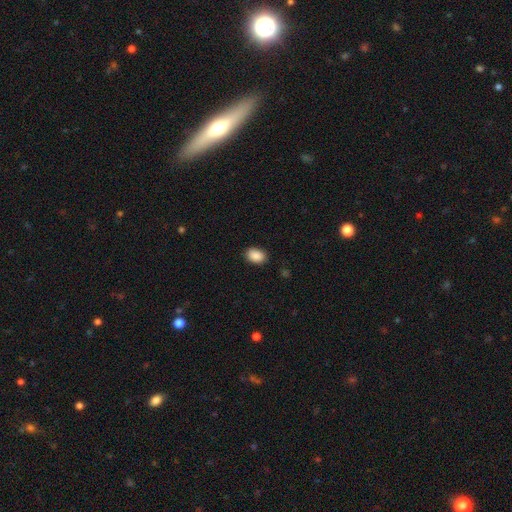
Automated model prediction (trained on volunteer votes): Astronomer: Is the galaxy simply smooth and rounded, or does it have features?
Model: smooth — 89%.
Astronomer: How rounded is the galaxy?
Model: in between — 82%.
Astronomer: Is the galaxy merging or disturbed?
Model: none — 87%.